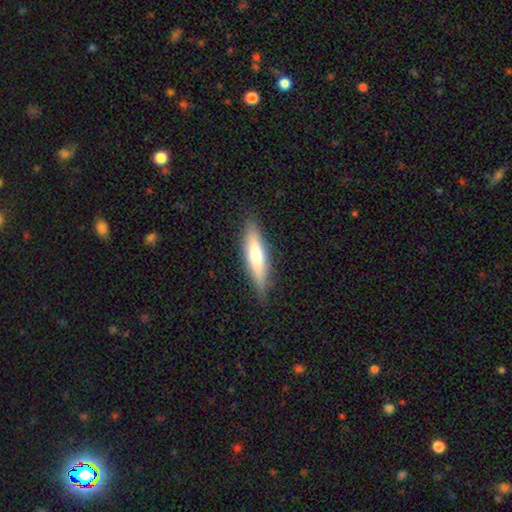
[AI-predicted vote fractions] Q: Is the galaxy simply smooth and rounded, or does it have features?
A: smooth — 56%.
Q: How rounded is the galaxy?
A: cigar-shaped — 76%.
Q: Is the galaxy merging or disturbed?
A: none — 86%.